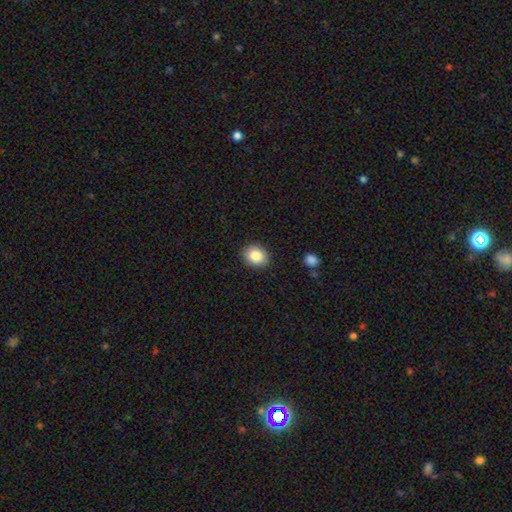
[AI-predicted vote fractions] A smooth galaxy with no disk features (85%) that is round (53%).

Vote fractions:
- Smooth or featured? smooth: 85% / star or artifact: 8% / featured or disk: 7%
- How rounded? round: 53% / in between: 47% / cigar-shaped: 1%
- Merging? none: 89% / minor disturbance: 8% / major disturbance: 2% / merger: 1%